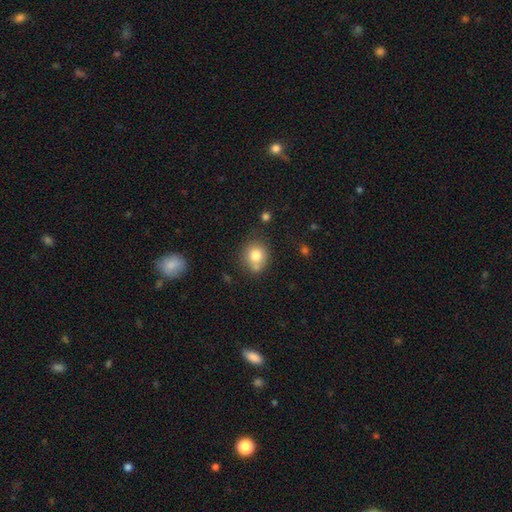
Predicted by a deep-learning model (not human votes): Morphology: type=smooth (78%); roundness=round (79%); merging=none (63%).